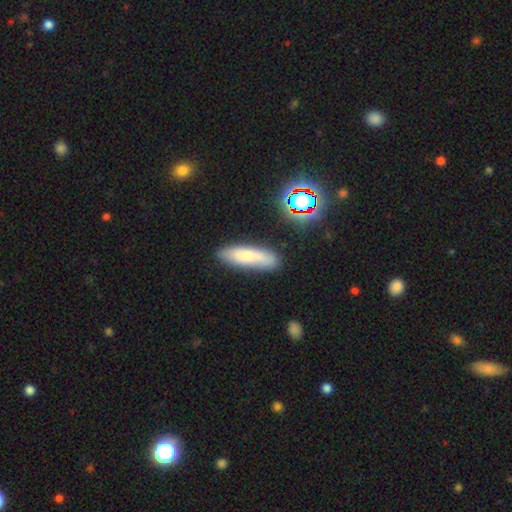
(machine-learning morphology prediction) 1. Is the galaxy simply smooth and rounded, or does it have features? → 68% smooth, 23% featured or disk, 9% star or artifact.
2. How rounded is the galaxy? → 59% cigar-shaped, 39% in between, 2% round.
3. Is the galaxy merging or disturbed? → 79% none, 14% minor disturbance, 4% major disturbance, 3% merger.